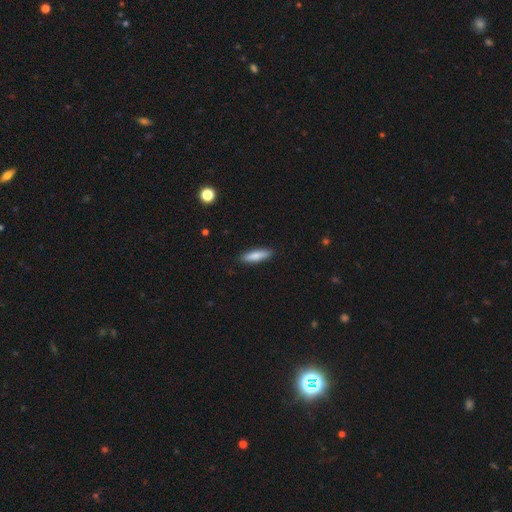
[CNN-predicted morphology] Q: Smooth or featured?
A: smooth (81%); runner-up: featured or disk (13%)
Q: How rounded?
A: cigar-shaped (70%); runner-up: in between (28%)
Q: Merging?
A: none (89%); runner-up: minor disturbance (8%)